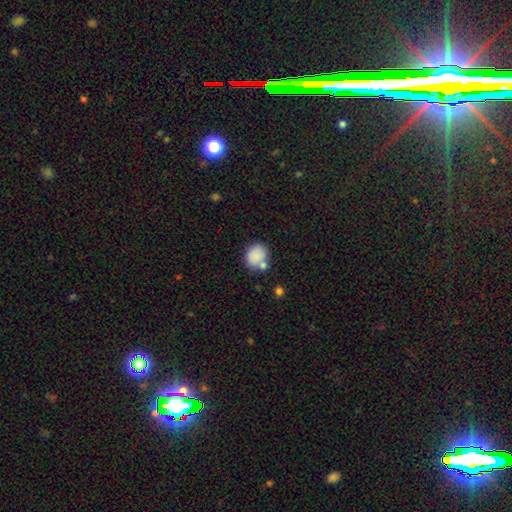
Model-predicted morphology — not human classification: Q: Smooth or featured?
A: smooth (85%); runner-up: star or artifact (9%)
Q: How rounded?
A: round (64%); runner-up: in between (35%)
Q: Merging?
A: none (64%); runner-up: merger (17%)